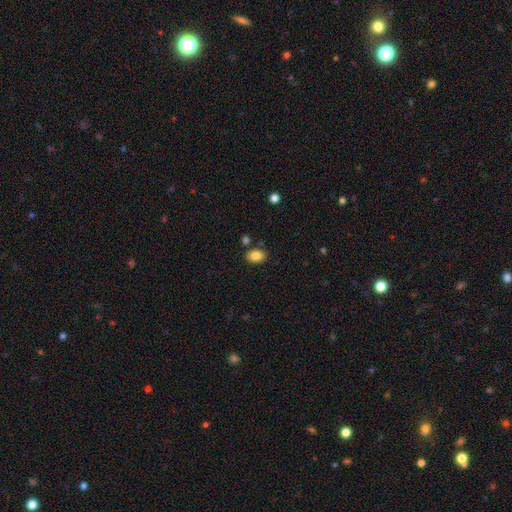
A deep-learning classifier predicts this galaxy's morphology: This appears to be a smooth galaxy with no disk features (84%) that is in between round and cigar-shaped (80%). Merging: none (81%).